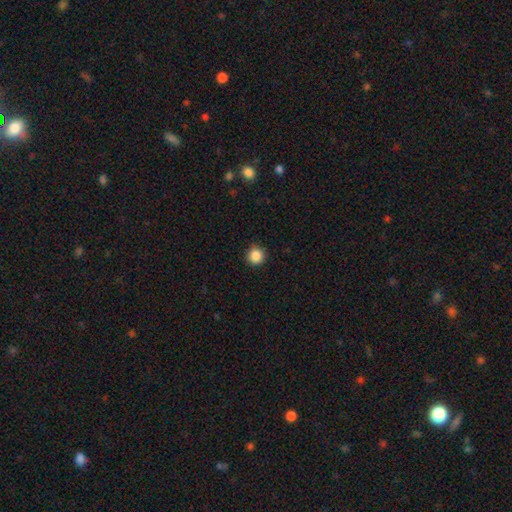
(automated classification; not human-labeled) A smooth galaxy with no disk features (87%) that is round (95%).

Vote fractions:
- Smooth or featured? smooth: 87% / star or artifact: 10% / featured or disk: 3%
- How rounded? round: 95% / in between: 4% / cigar-shaped: 1%
- Merging? none: 90% / minor disturbance: 7% / major disturbance: 2% / merger: 1%